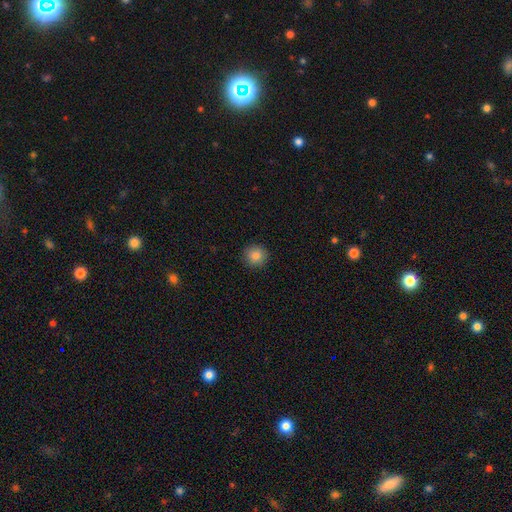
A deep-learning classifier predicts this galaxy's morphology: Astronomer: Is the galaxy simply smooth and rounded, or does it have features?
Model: smooth — 84%.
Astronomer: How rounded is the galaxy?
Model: round — 93%.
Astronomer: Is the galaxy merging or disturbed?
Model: none — 92%.